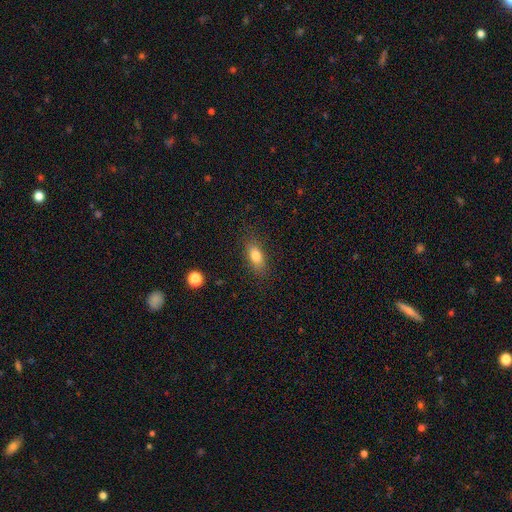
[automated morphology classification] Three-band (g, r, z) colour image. It shows a smooth galaxy with no disk features (79%) that is in between round and cigar-shaped (78%). Merging: none (84%).